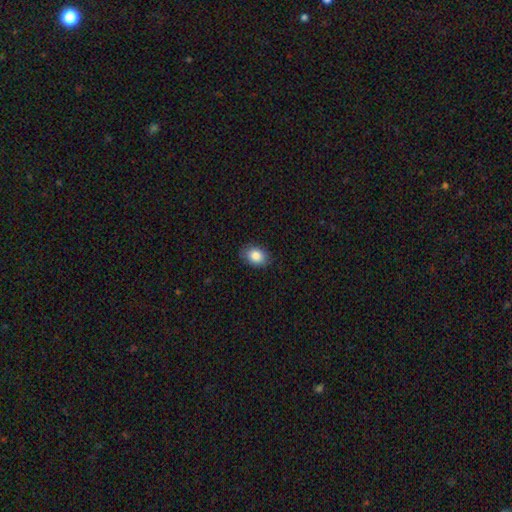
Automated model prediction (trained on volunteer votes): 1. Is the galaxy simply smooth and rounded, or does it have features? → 86% smooth, 8% star or artifact, 6% featured or disk.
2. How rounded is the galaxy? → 72% in between, 27% round, 1% cigar-shaped.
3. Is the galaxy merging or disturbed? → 86% none, 11% minor disturbance, 2% major disturbance, 1% merger.